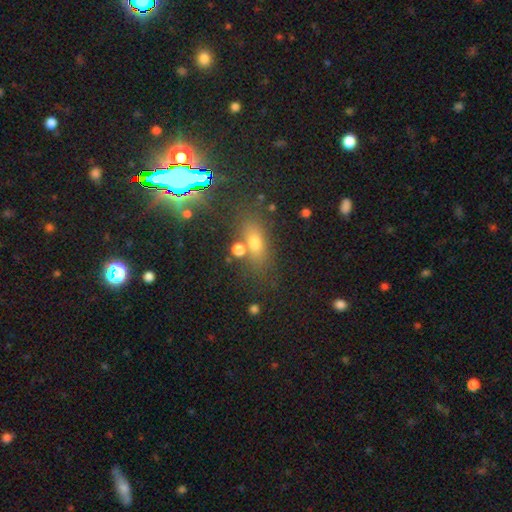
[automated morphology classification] The model was most divided on "smooth or featured": smooth: 52%, star or artifact: 32%, featured or disk: 16%. More confident: merging — none (72%); how rounded — in between (63%).